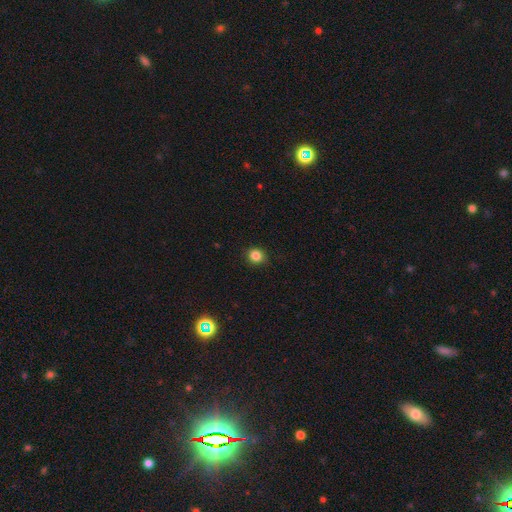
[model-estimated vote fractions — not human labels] Q: Smooth or featured?
A: smooth (84%); runner-up: star or artifact (12%)
Q: How rounded?
A: round (82%); runner-up: in between (17%)
Q: Merging?
A: none (91%); runner-up: minor disturbance (7%)